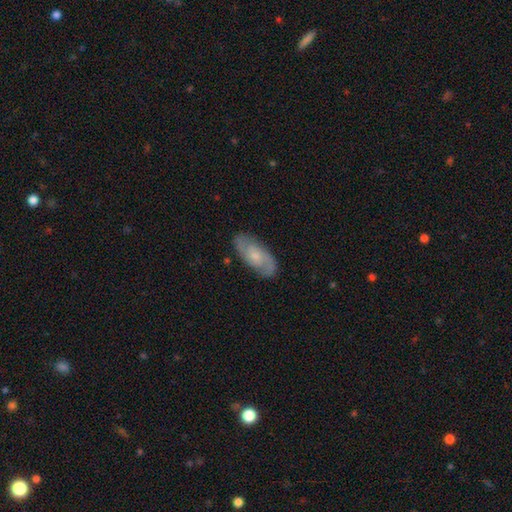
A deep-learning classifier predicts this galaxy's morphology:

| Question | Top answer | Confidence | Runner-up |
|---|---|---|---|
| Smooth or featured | featured or disk | 70% | smooth (24%) |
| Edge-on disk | no | 93% | yes (7%) |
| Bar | no | 60% | weak (35%) |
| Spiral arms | yes | 92% | no (8%) |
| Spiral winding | medium | 47% | tight (35%) |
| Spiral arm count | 2 | 82% | can't tell (11%) |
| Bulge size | small | 53% | moderate (33%) |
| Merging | none | 83% | minor disturbance (13%) |